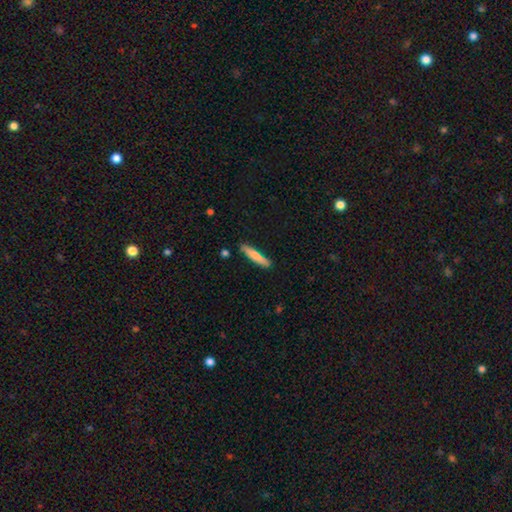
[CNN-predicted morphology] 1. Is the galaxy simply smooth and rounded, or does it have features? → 76% smooth, 18% featured or disk, 6% star or artifact.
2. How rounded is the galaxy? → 89% cigar-shaped, 10% in between, 1% round.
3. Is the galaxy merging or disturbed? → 84% none, 11% minor disturbance, 2% merger, 2% major disturbance.